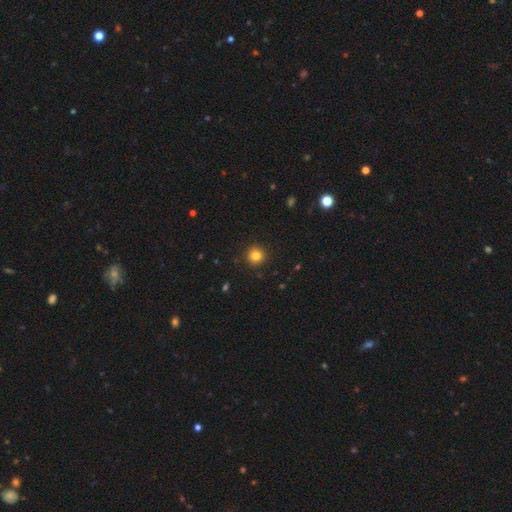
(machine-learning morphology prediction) A smooth galaxy with no disk features (82%) that is round (94%).

Vote fractions:
- Smooth or featured? smooth: 82% / star or artifact: 12% / featured or disk: 6%
- How rounded? round: 94% / in between: 5% / cigar-shaped: 1%
- Merging? none: 92% / minor disturbance: 5% / major disturbance: 2% / merger: 1%